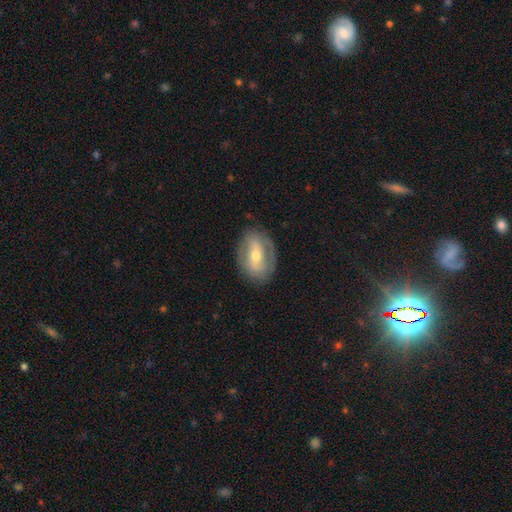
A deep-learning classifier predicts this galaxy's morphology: smooth_or_featured: featured or disk (p=0.66) [alt: smooth p=0.27]
disk_edge_on: no (p=0.92) [alt: yes p=0.08]
bar: strong (p=0.41) [alt: weak p=0.35]
has_spiral_arms: yes (p=0.63) [alt: no p=0.37]
bulge_size: moderate (p=0.54) [alt: small p=0.41]
merging: none (p=0.78) [alt: minor disturbance p=0.15]